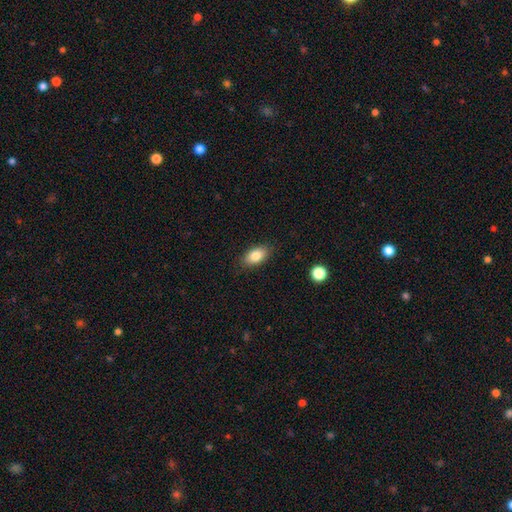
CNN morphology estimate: Q: Smooth or featured?
A: smooth (83%); runner-up: featured or disk (9%)
Q: How rounded?
A: in between (91%); runner-up: round (6%)
Q: Merging?
A: none (87%); runner-up: minor disturbance (10%)